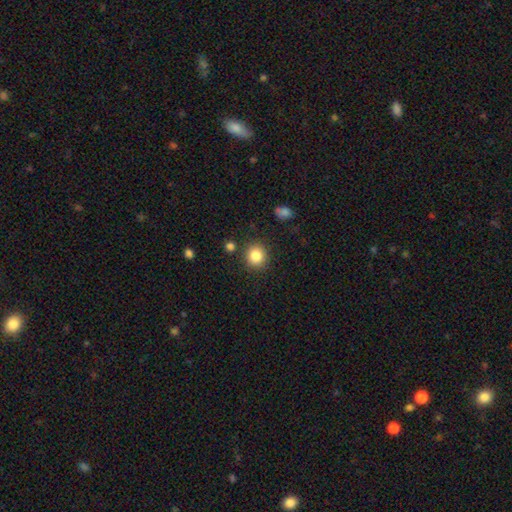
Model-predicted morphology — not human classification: A smooth galaxy with no disk features (84%) that is round (88%). Merging: none (87%).